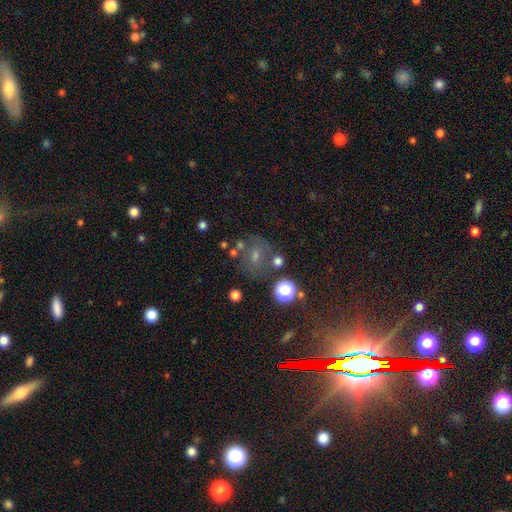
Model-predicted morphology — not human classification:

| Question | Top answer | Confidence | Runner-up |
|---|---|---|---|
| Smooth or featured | star or artifact | 40% | smooth (31%) |